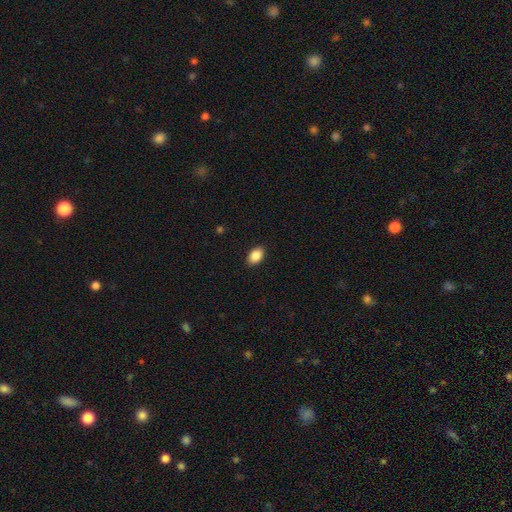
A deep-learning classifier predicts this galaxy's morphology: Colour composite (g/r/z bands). It shows a smooth galaxy with no disk features (87%) that is in between round and cigar-shaped (87%). Merging: none (90%).